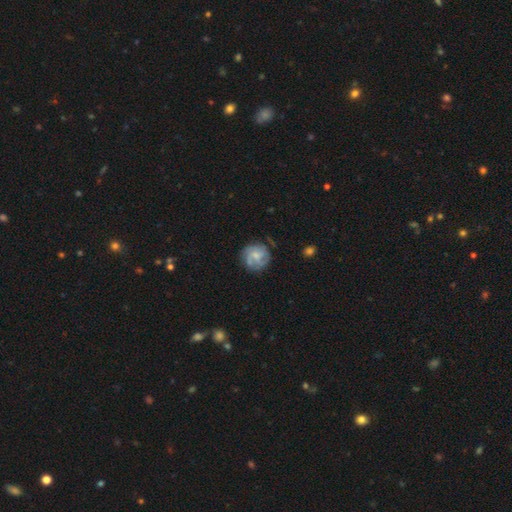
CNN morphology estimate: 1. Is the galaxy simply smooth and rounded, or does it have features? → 59% featured or disk, 33% smooth, 7% star or artifact.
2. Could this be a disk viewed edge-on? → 98% no, 2% yes.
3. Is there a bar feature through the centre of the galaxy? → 58% no, 37% weak, 5% strong.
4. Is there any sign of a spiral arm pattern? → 80% yes, 20% no.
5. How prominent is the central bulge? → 49% small, 34% moderate, 13% none, 3% large, 1% dominant.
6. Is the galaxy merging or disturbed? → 70% none, 19% minor disturbance, 8% major disturbance, 2% merger.